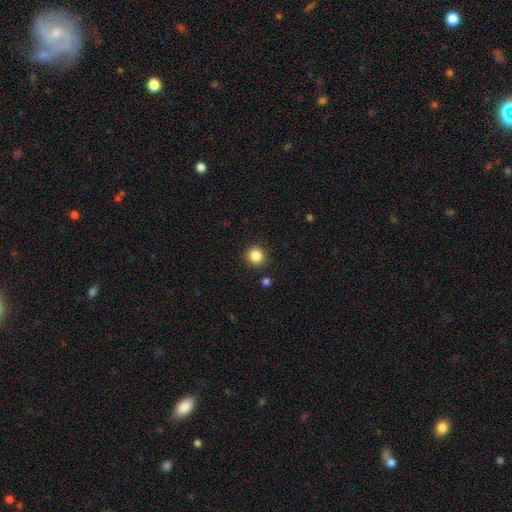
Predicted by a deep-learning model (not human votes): Smooth or featured: smooth — 85% (star or artifact — 11%)
How rounded: round — 93% (in between — 6%)
Merging: none — 90% (minor disturbance — 6%)